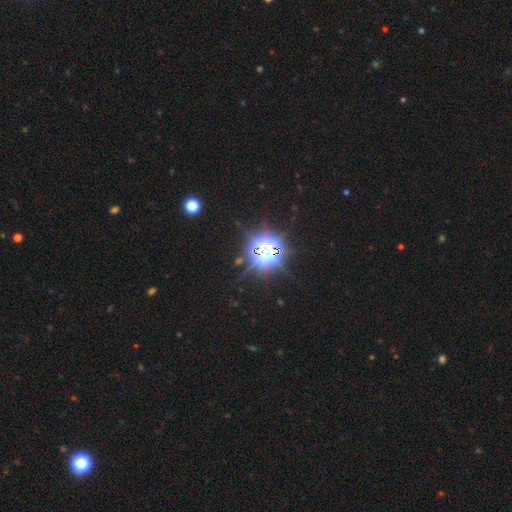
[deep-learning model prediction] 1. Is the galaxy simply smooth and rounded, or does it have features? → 86% star or artifact, 9% smooth, 5% featured or disk.